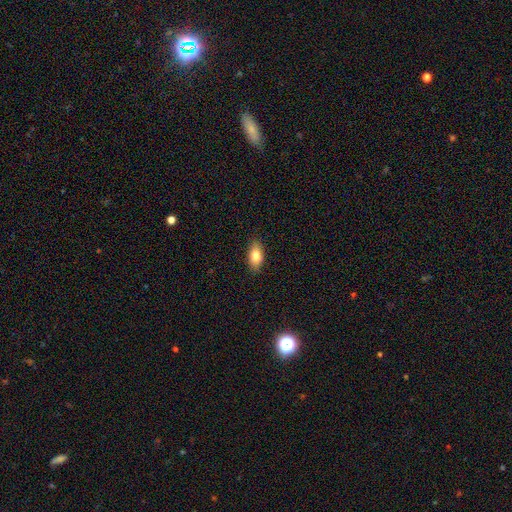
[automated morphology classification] The model was most divided on "smooth or featured": smooth: 82%, featured or disk: 11%, star or artifact: 7%. More confident: how rounded — in between (90%); merging — none (88%).